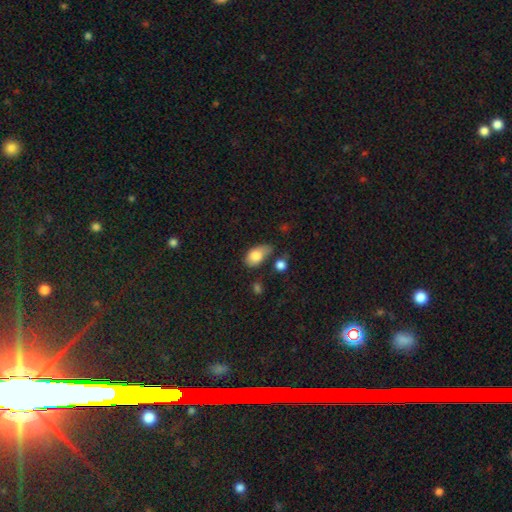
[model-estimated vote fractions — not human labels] smooth 81%, featured or disk 11%, star or artifact 8%. Down the decision tree: how rounded — in between (90%); merging — none (40%).